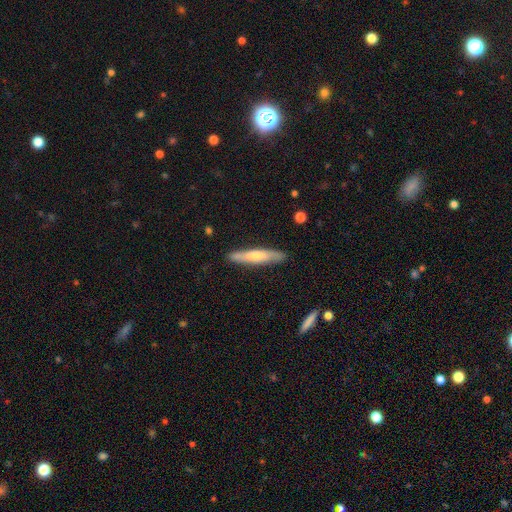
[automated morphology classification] smooth_or_featured: smooth (p=0.56) [alt: featured or disk p=0.38]
how_rounded: cigar-shaped (p=0.89) [alt: in between p=0.09]
merging: none (p=0.87) [alt: minor disturbance p=0.10]